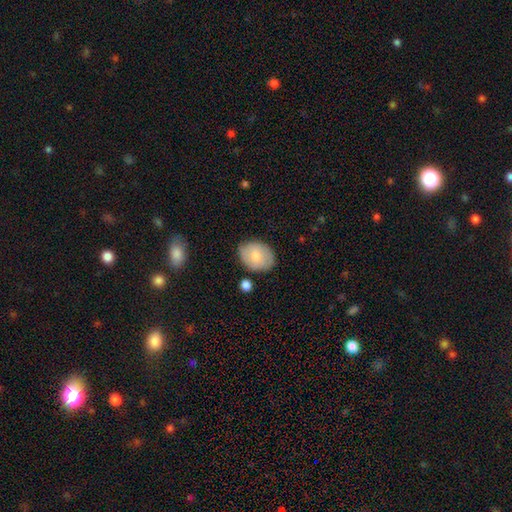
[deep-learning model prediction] Q: Smooth or featured?
A: smooth (72%); runner-up: featured or disk (22%)
Q: How rounded?
A: in between (63%); runner-up: round (36%)
Q: Merging?
A: none (76%); runner-up: minor disturbance (17%)